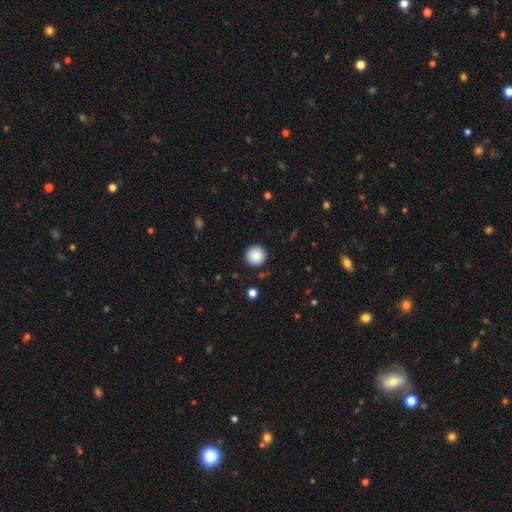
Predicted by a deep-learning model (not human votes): This is clearly a smooth galaxy (88%). How rounded: clearly round (96%). Merging: clearly none (91%).